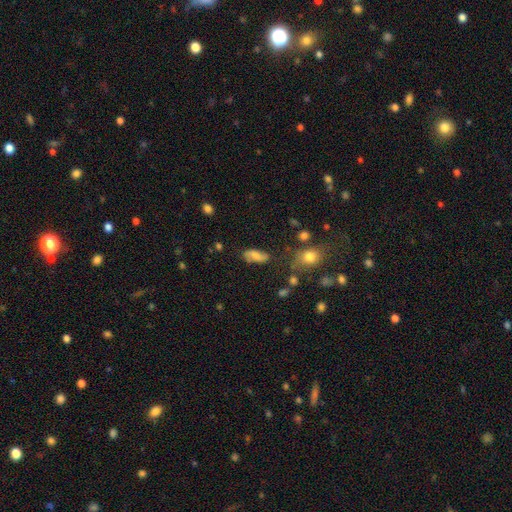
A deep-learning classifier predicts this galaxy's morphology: This appears to be a smooth galaxy with no disk features (61%) that is in between round and cigar-shaped (83%). Merging: none (65%).